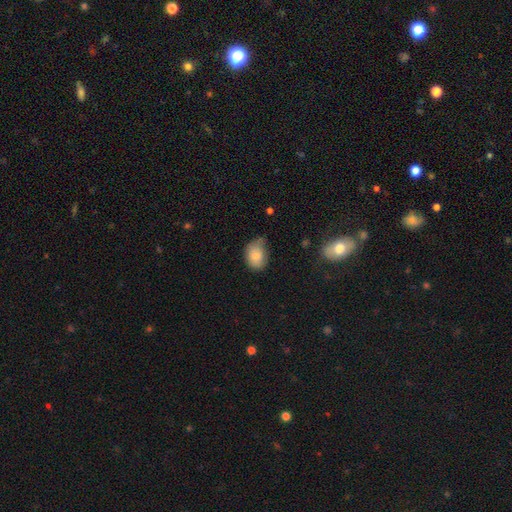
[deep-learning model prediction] smooth 81%, featured or disk 11%, star or artifact 8%. Down the decision tree: how rounded — in between (69%); merging — none (47%).